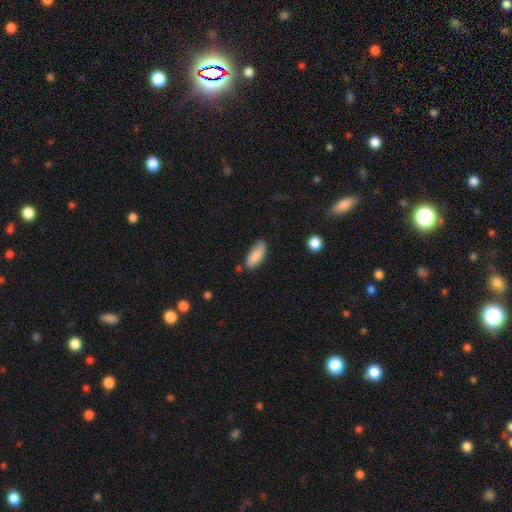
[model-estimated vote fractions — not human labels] smooth 86%, featured or disk 7%, star or artifact 7%. Down the decision tree: how rounded — in between (84%); merging — none (66%).